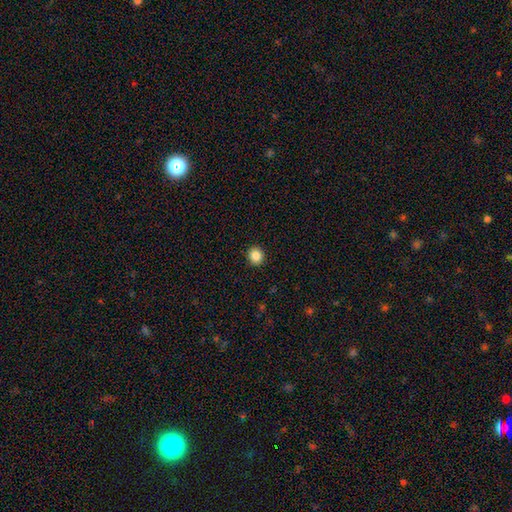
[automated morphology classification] Smooth or featured? smooth (87%)
How rounded? round (85%)
Merging? none (92%)